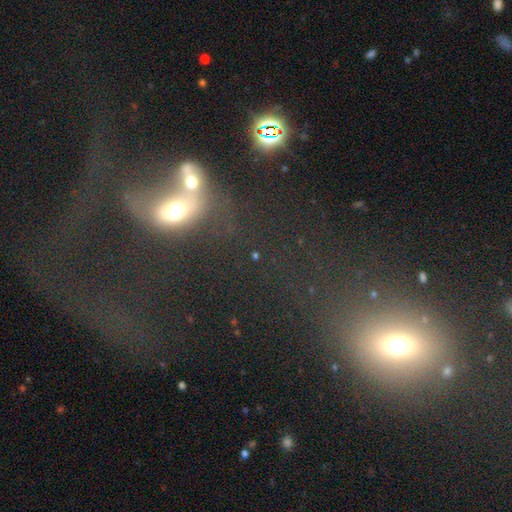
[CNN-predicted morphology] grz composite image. It shows a smooth galaxy with no disk features (44%). Merging: none (50%).